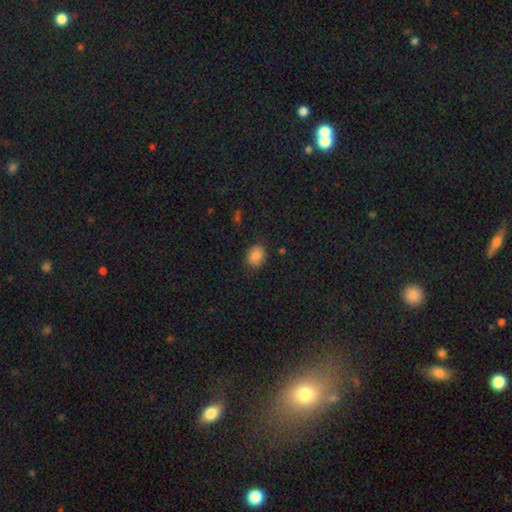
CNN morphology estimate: smooth-or-featured: smooth: 84% | star or artifact: 9% | featured or disk: 7%
  how-rounded: in between: 53% | round: 46% | cigar-shaped: 1%
  merging: none: 81% | minor disturbance: 14% | major disturbance: 3% | merger: 1%